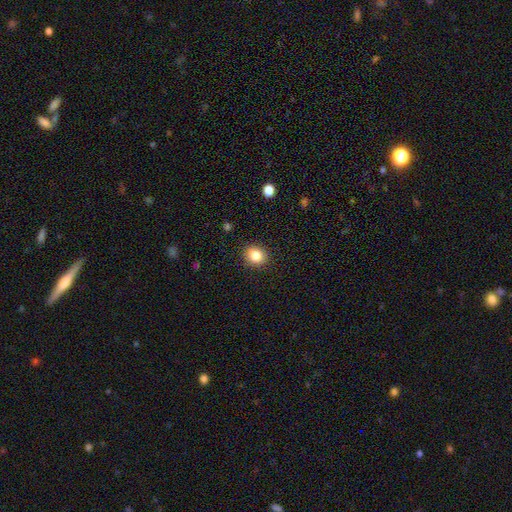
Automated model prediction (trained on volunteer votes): Smooth or featured? smooth (84%)
How rounded? round (71%)
Merging? none (89%)